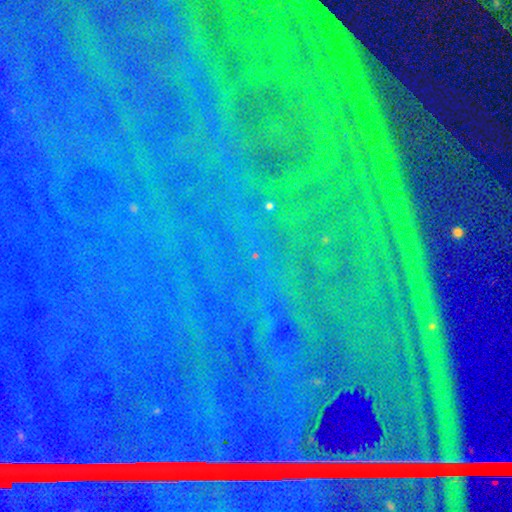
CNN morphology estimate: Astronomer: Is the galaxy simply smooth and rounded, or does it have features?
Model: star or artifact — 87%.